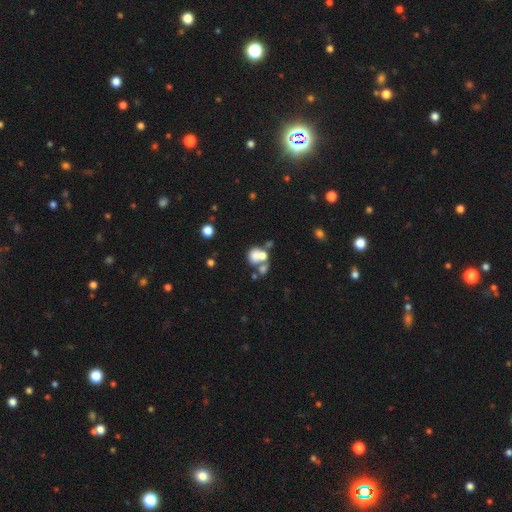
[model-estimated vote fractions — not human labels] This is likely a smooth galaxy (63%). How rounded: likely round (65%). Merging: possibly merger (55%).